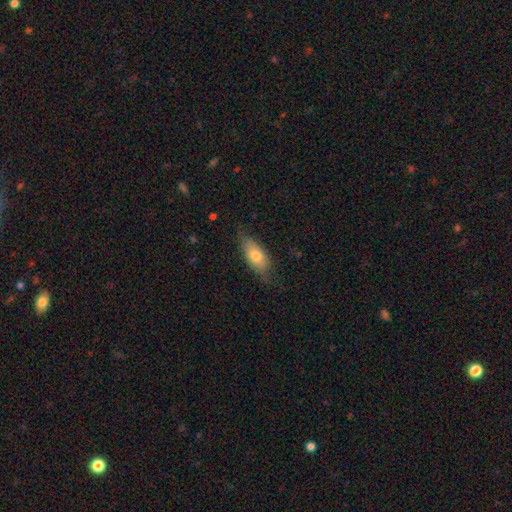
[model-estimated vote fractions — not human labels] smooth 72%, featured or disk 22%, star or artifact 7%. Down the decision tree: how rounded — in between (81%); merging — none (70%).